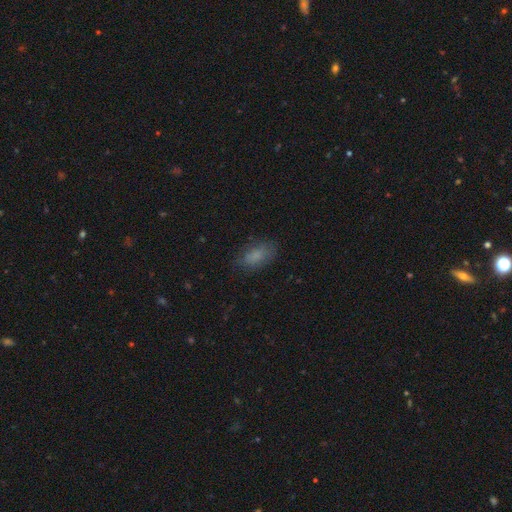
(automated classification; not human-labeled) Smooth or featured?
  - smooth: 80% *
  - featured or disk: 11%
  - star or artifact: 9%
How rounded?
  - in between: 90% *
  - round: 5%
  - cigar-shaped: 5%
Merging?
  - none: 74% *
  - minor disturbance: 18%
  - major disturbance: 6%
  - merger: 1%